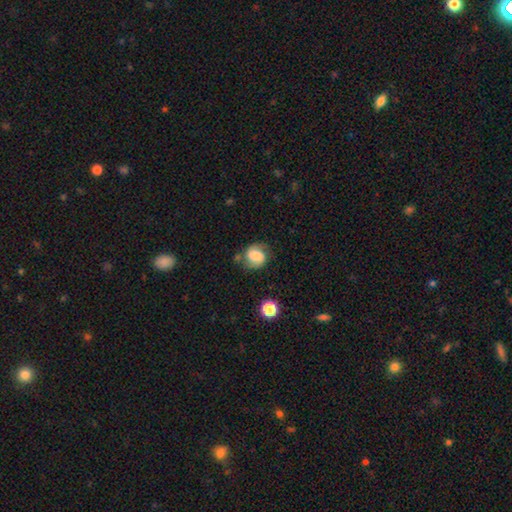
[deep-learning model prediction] Q: Smooth or featured?
A: smooth (48%); runner-up: featured or disk (42%)
Q: Merging?
A: none (63%); runner-up: minor disturbance (23%)